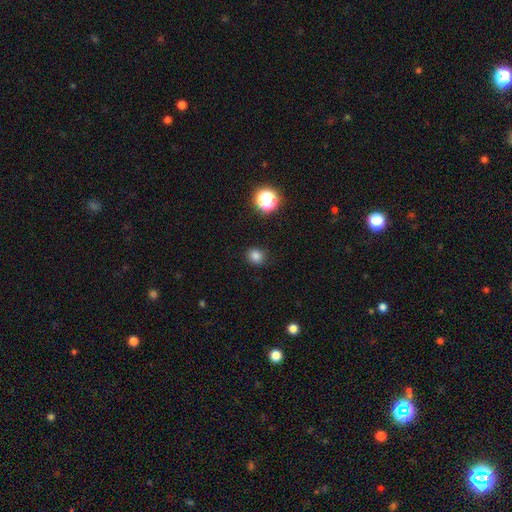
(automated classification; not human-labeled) Smooth or featured? smooth (81%)
How rounded? round (79%)
Merging? none (89%)